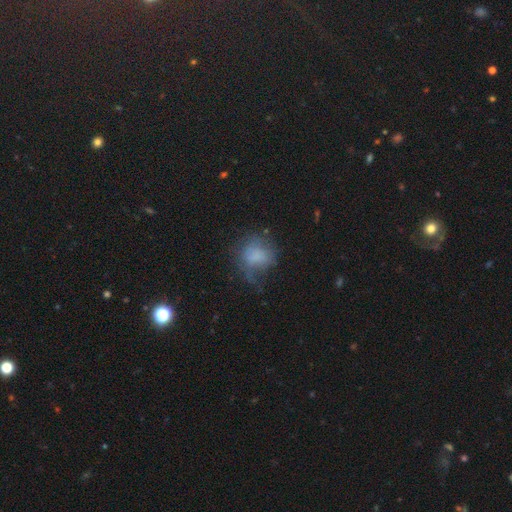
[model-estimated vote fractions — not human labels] Smooth or featured: smooth — 61% (featured or disk — 27%)
How rounded: round — 62% (in between — 37%)
Merging: none — 35% (major disturbance — 34%)